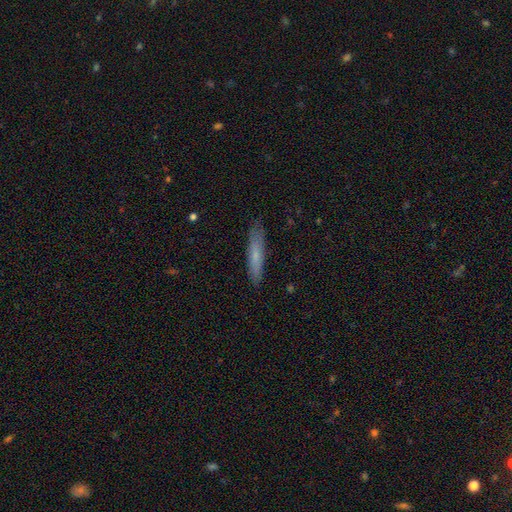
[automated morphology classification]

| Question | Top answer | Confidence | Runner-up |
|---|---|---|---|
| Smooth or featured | smooth | 66% | featured or disk (28%) |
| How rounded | cigar-shaped | 89% | in between (9%) |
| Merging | none | 85% | minor disturbance (12%) |